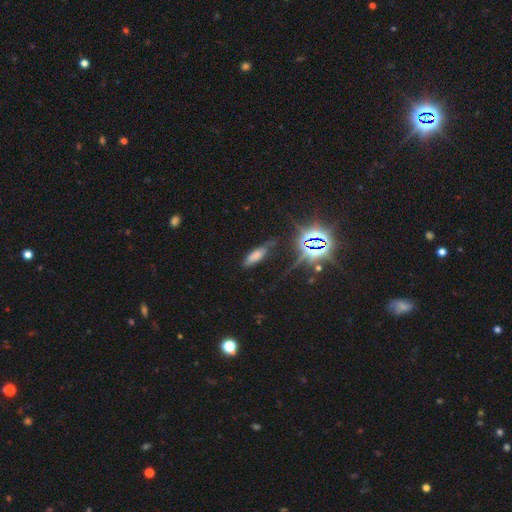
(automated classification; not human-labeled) A smooth galaxy with no disk features (58%) that is in between round and cigar-shaped (63%). Merging: none (66%).